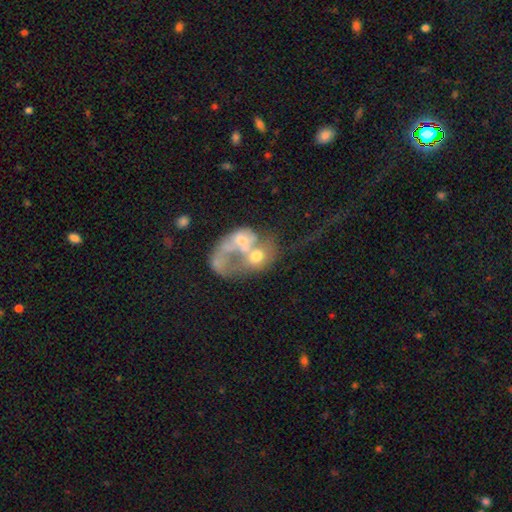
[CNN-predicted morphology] This appears to be a featured or disk galaxy (57%) with no bar (86%), no spiral arms (82%) and a moderate central bulge (40%). Merging: merger (62%).